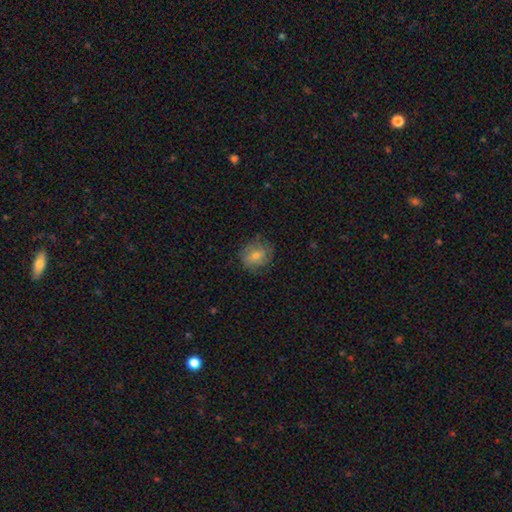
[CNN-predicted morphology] A smooth galaxy with no disk features (56%) that is round (73%).

Vote fractions:
- Smooth or featured? smooth: 56% / featured or disk: 31% / star or artifact: 13%
- How rounded? round: 73% / in between: 26% / cigar-shaped: 1%
- Merging? none: 78% / minor disturbance: 16% / major disturbance: 5% / merger: 1%